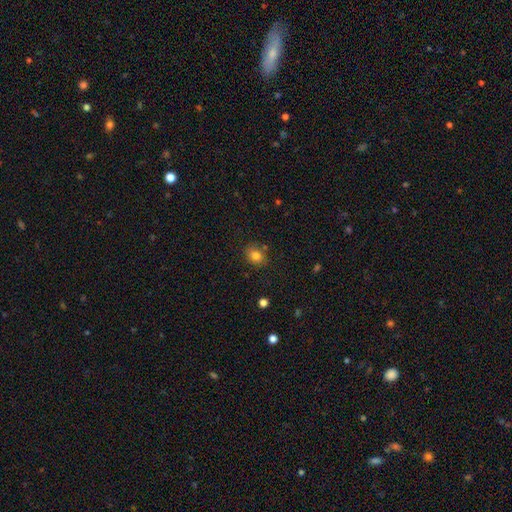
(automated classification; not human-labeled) smooth_or_featured: smooth (p=0.82) [alt: star or artifact p=0.11]
how_rounded: round (p=0.57) [alt: in between p=0.42]
merging: none (p=0.78) [alt: minor disturbance p=0.14]